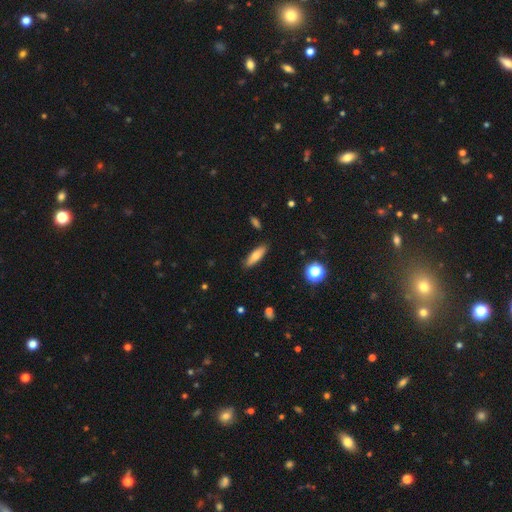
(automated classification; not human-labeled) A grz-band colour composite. It shows a smooth galaxy with no disk features (73%) that is cigar-shaped (59%). Merging: none (87%).